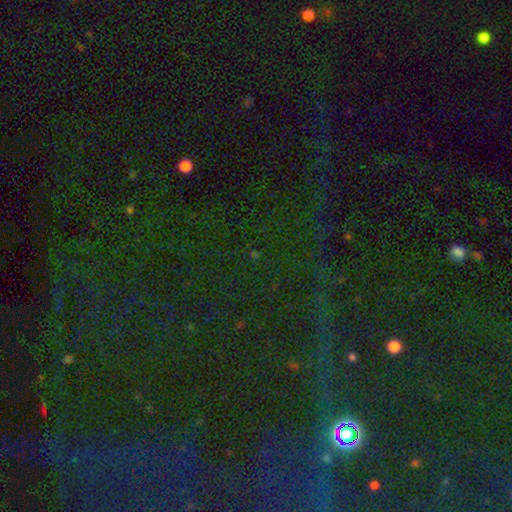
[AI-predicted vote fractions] Smooth or featured?
  - star or artifact: 80% *
  - smooth: 12%
  - featured or disk: 8%